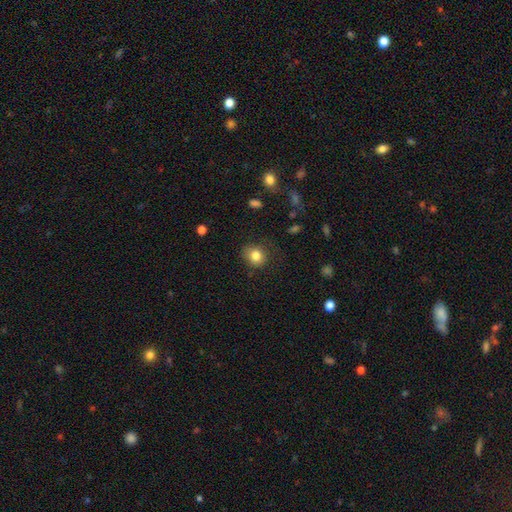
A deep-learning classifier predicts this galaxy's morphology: Smooth or featured? Predicted: smooth (p=0.82). How rounded? Predicted: round (p=0.70). Merging? Predicted: none (p=0.75).